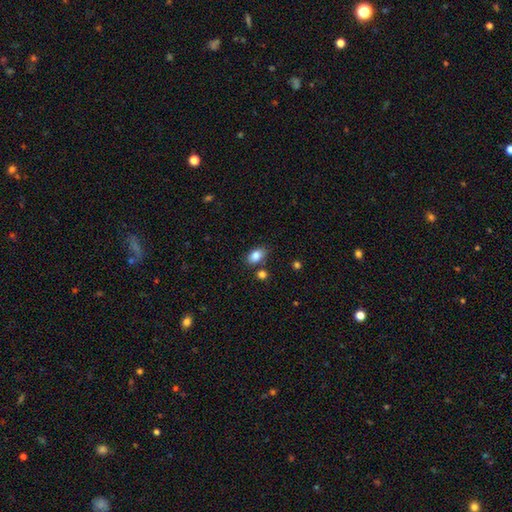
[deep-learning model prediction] Q: Smooth or featured?
A: smooth (85%); runner-up: star or artifact (9%)
Q: How rounded?
A: in between (87%); runner-up: round (11%)
Q: Merging?
A: none (75%); runner-up: minor disturbance (13%)